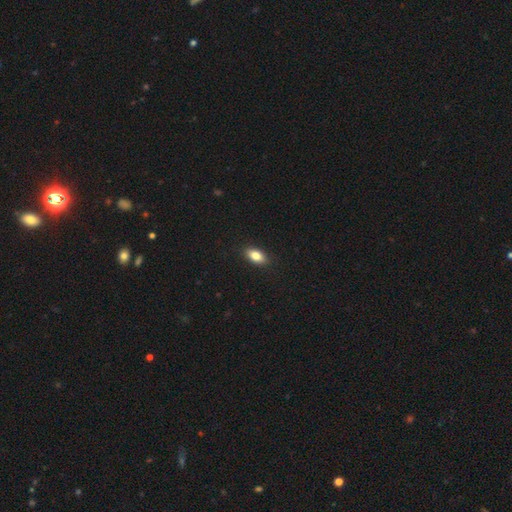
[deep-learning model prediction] smooth_or_featured: smooth (p=0.83) [alt: featured or disk p=0.09]
how_rounded: in between (p=0.89) [alt: cigar-shaped p=0.06]
merging: none (p=0.90) [alt: minor disturbance p=0.08]